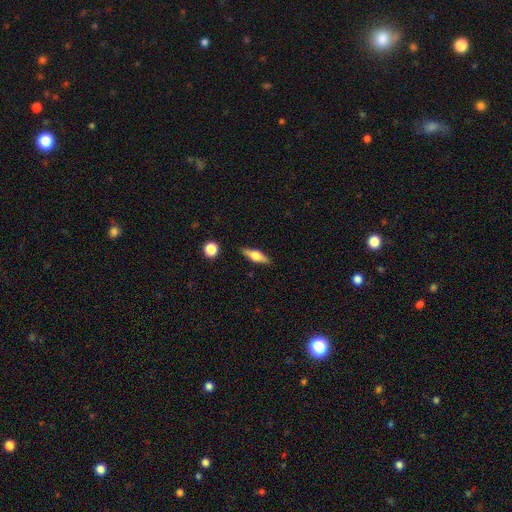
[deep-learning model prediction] A smooth galaxy with no disk features (47%). Merging: none (86%).